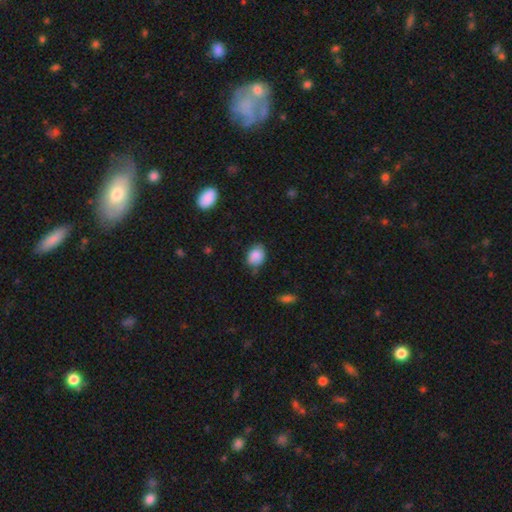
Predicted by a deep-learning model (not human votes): smooth 85%, star or artifact 8%, featured or disk 7%. Down the decision tree: how rounded — in between (62%); merging — none (68%).